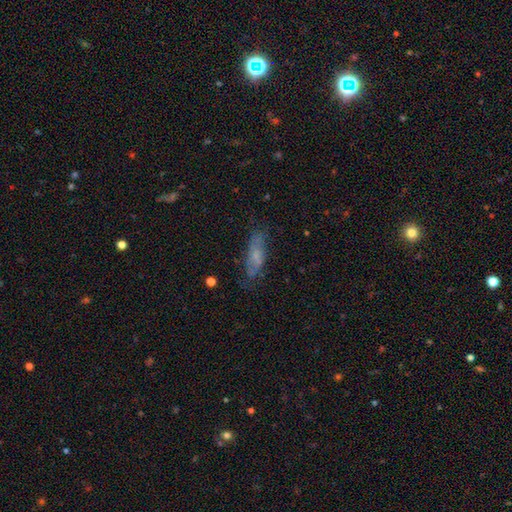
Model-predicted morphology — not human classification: Smooth or featured: smooth — 53% (featured or disk — 37%)
How rounded: cigar-shaped — 50% (in between — 47%)
Merging: none — 66% (minor disturbance — 23%)